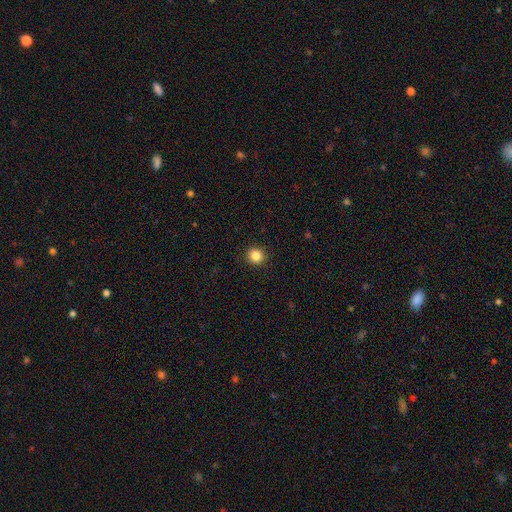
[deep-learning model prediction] Morphology: type=smooth (85%); roundness=round (91%); merging=none (92%).